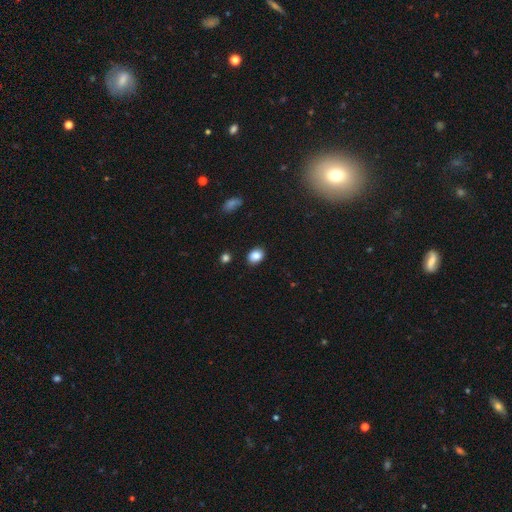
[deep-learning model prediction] smooth-or-featured: smooth: 86% | star or artifact: 9% | featured or disk: 4%
  how-rounded: in between: 62% | round: 37% | cigar-shaped: 1%
  merging: none: 87% | minor disturbance: 9% | major disturbance: 2% | merger: 2%